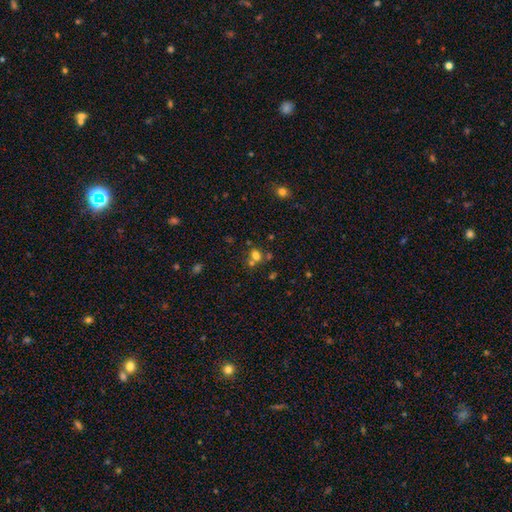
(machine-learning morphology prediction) Smooth or featured? Predicted: smooth (p=0.67). How rounded? Predicted: round (p=0.60). Merging? Predicted: none (p=0.52).